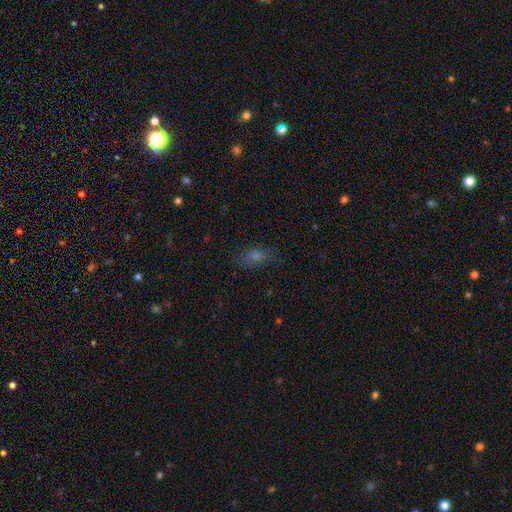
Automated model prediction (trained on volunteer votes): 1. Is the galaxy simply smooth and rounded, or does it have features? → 57% smooth, 27% star or artifact, 16% featured or disk.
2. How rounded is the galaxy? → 76% in between, 15% round, 8% cigar-shaped.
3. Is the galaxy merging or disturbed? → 80% none, 13% minor disturbance, 5% major disturbance, 2% merger.